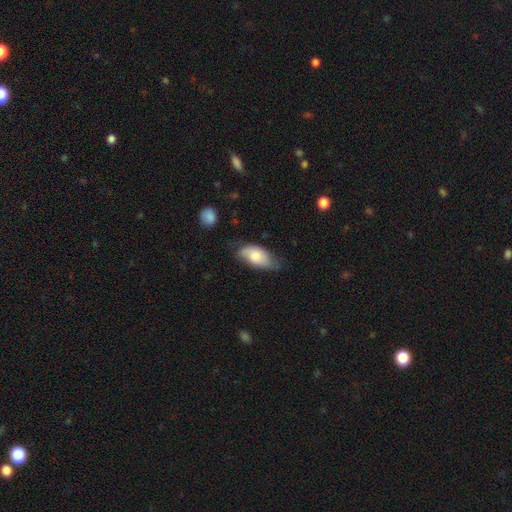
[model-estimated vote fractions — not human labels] smooth-or-featured: smooth: 74% | featured or disk: 20% | star or artifact: 6%
  how-rounded: in between: 92% | cigar-shaped: 5% | round: 3%
  merging: none: 48% | minor disturbance: 39% | major disturbance: 10% | merger: 2%